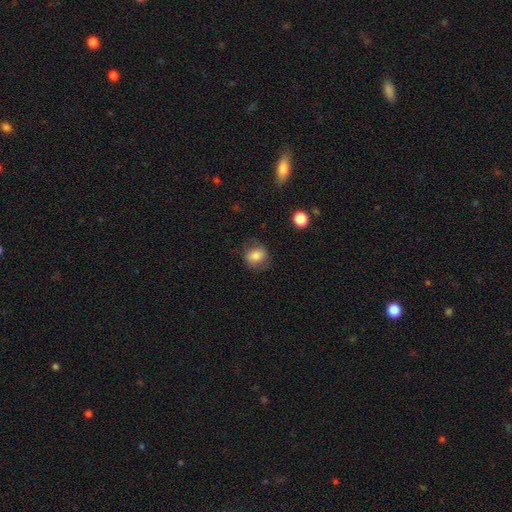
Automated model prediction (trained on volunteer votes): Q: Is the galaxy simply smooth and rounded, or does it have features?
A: smooth — 77%.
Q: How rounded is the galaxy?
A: round — 66%.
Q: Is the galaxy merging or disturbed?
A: none — 75%.